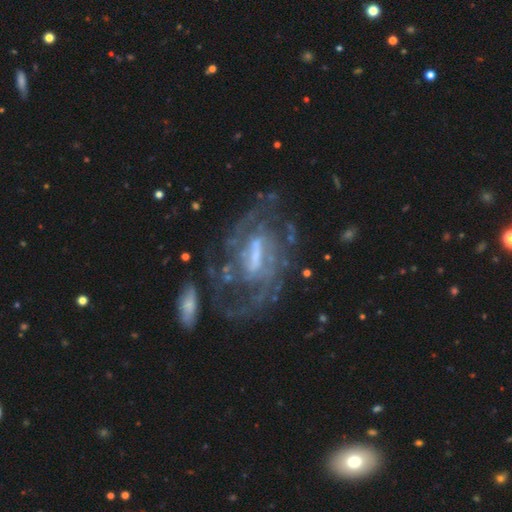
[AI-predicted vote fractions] Smooth or featured? featured or disk (86%)
Edge-on disk? no (95%)
Bar? strong (42%, tied with weak)
Spiral arms? yes (90%)
Spiral winding? tight (45%)
Spiral arm count? can't tell (36%)
Bulge size? moderate (31%, tied with small)
Merging? none (57%)